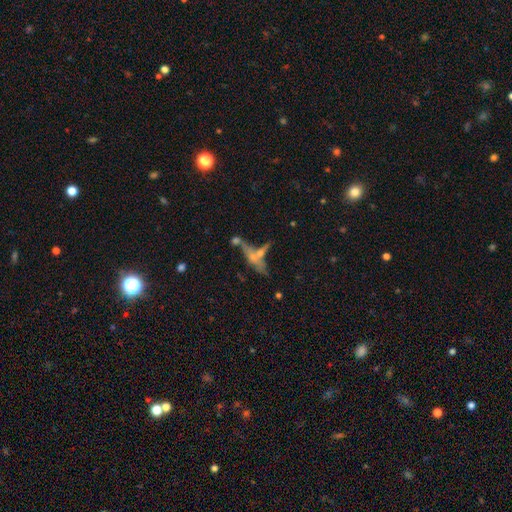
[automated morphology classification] This is possibly a featured or disk galaxy (46%). Merging: marginally none (39%).